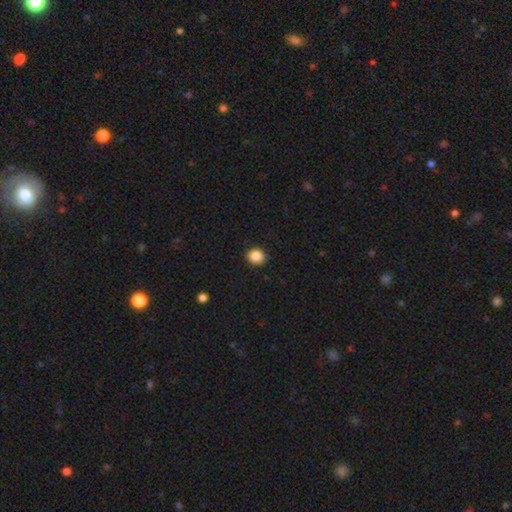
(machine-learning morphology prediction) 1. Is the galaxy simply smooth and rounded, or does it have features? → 87% smooth, 9% star or artifact, 4% featured or disk.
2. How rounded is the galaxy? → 67% round, 32% in between, 1% cigar-shaped.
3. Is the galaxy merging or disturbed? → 91% none, 7% minor disturbance, 2% major disturbance, 1% merger.